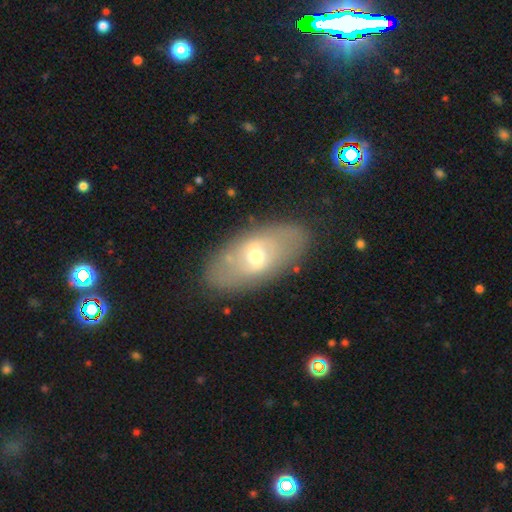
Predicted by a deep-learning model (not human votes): This appears to be a featured or disk galaxy (54%). Merging: none (81%).